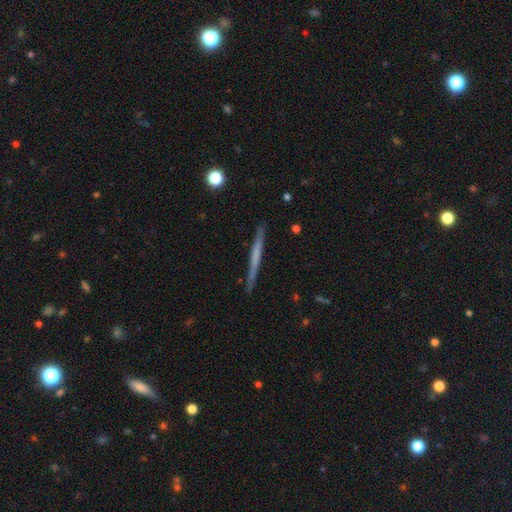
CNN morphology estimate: This is possibly a featured or disk galaxy (51%). It is clearly viewed edge-on (97%). Merging: clearly none (90%).